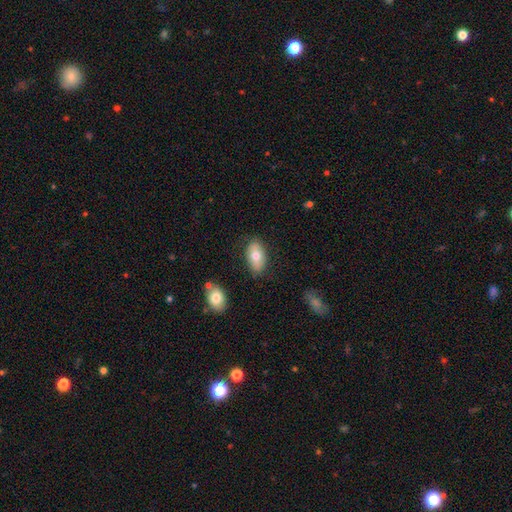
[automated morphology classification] smooth 73%, featured or disk 20%, star or artifact 7%. Down the decision tree: how rounded — in between (93%); merging — none (80%).